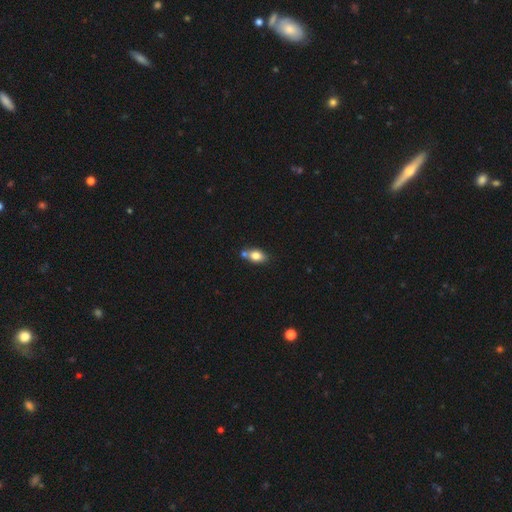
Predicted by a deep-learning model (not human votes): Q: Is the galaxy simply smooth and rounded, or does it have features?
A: smooth — 79%.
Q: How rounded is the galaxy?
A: in between — 79%.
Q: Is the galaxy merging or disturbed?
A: none — 56%.